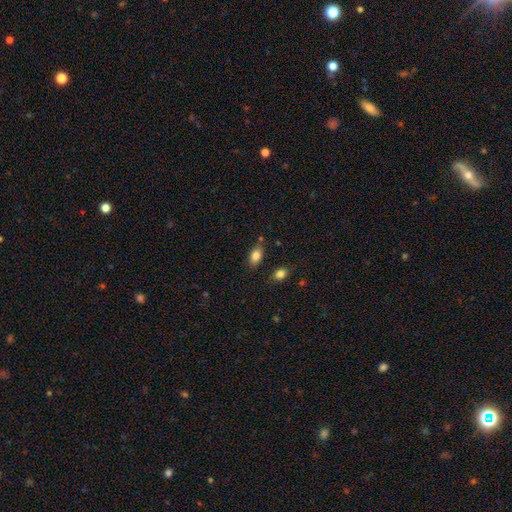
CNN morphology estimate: A smooth galaxy with no disk features (84%) that is in between round and cigar-shaped (88%).

Vote fractions:
- Smooth or featured? smooth: 84% / star or artifact: 9% / featured or disk: 8%
- How rounded? in between: 88% / round: 9% / cigar-shaped: 3%
- Merging? none: 78% / minor disturbance: 14% / merger: 5% / major disturbance: 3%